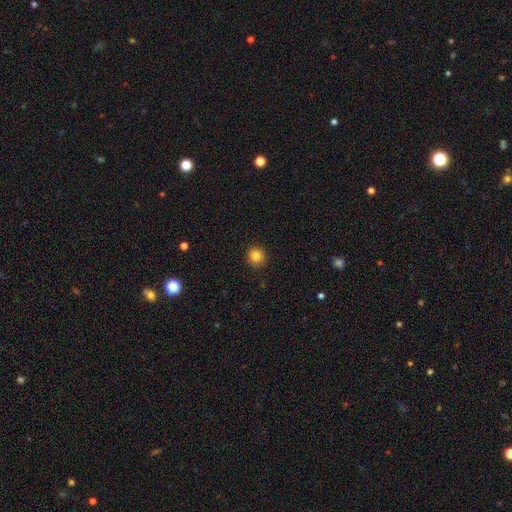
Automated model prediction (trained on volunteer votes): smooth_or_featured: smooth (p=0.84) [alt: star or artifact p=0.11]
how_rounded: round (p=0.92) [alt: in between p=0.07]
merging: none (p=0.92) [alt: minor disturbance p=0.05]